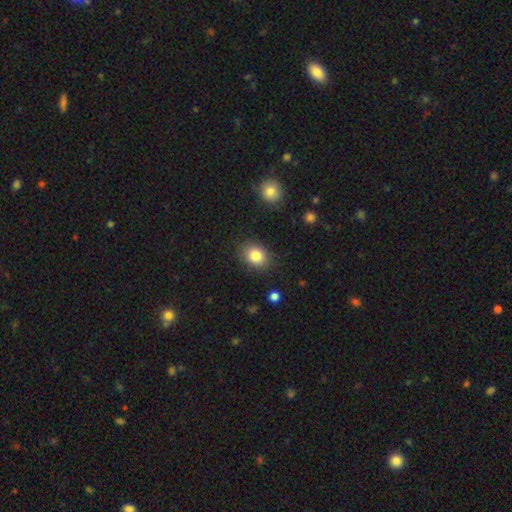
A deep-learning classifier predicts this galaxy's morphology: Smooth or featured: smooth — 84% (star or artifact — 9%)
How rounded: in between — 54% (round — 45%)
Merging: none — 85% (minor disturbance — 10%)